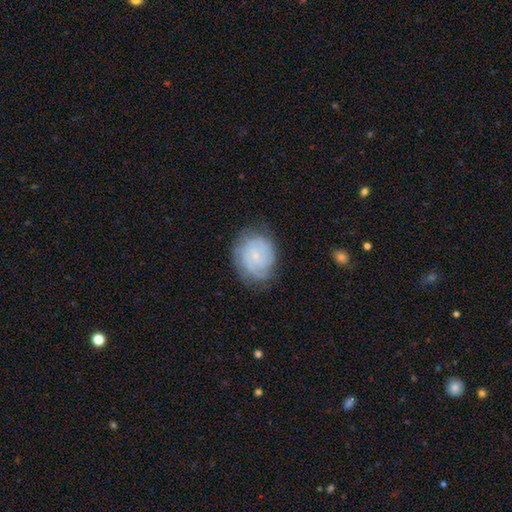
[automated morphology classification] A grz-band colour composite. It shows a featured or disk galaxy (64%) with no bar (76%), tight (69%) spiral arms (88%) and a small central bulge (82%). Merging: none (71%).